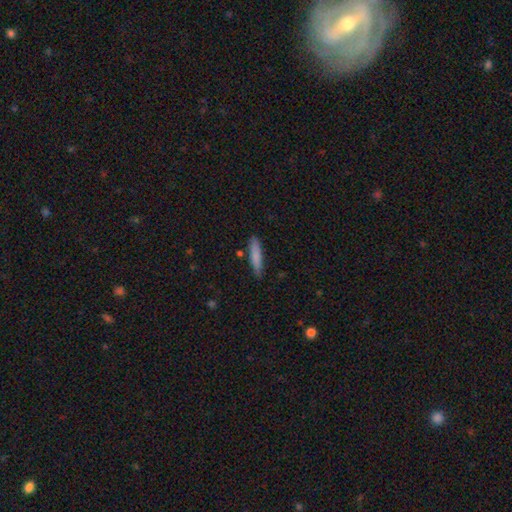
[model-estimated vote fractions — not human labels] Smooth or featured?
  - smooth: 80% *
  - featured or disk: 13%
  - star or artifact: 6%
How rounded?
  - cigar-shaped: 83% *
  - in between: 16%
  - round: 1%
Merging?
  - none: 80% *
  - minor disturbance: 15%
  - merger: 3%
  - major disturbance: 2%